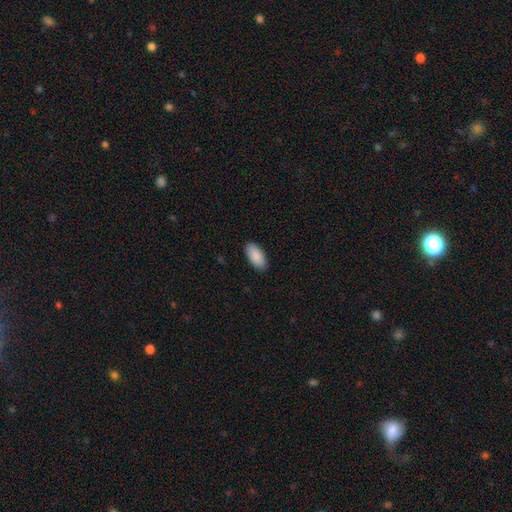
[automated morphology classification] Smooth or featured? smooth (91%)
How rounded? in between (94%)
Merging? none (89%)